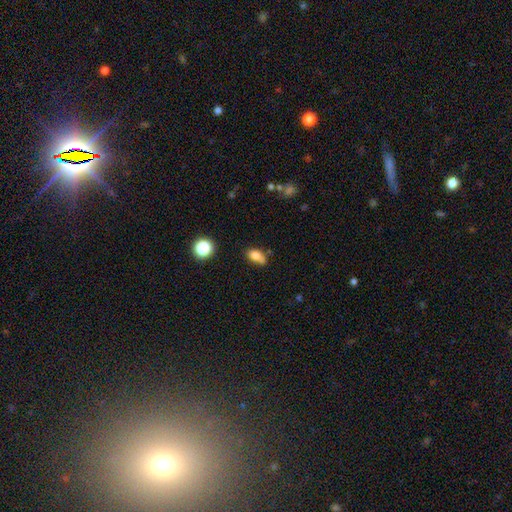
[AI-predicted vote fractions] Smooth or featured? smooth (76%)
How rounded? in between (75%)
Merging? none (45%)